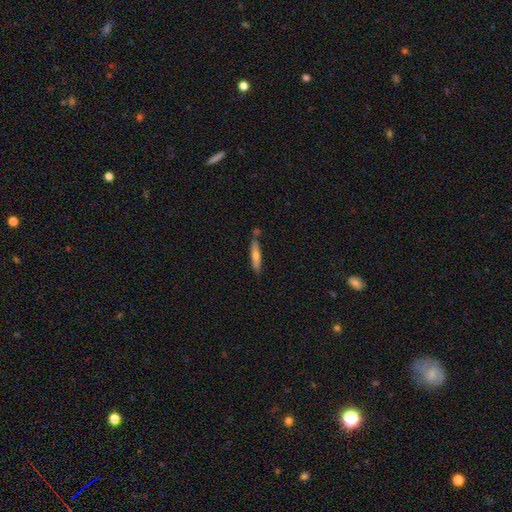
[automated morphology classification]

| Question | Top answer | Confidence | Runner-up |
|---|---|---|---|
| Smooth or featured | smooth | 60% | featured or disk (34%) |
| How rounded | cigar-shaped | 86% | in between (12%) |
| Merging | none | 75% | minor disturbance (14%) |